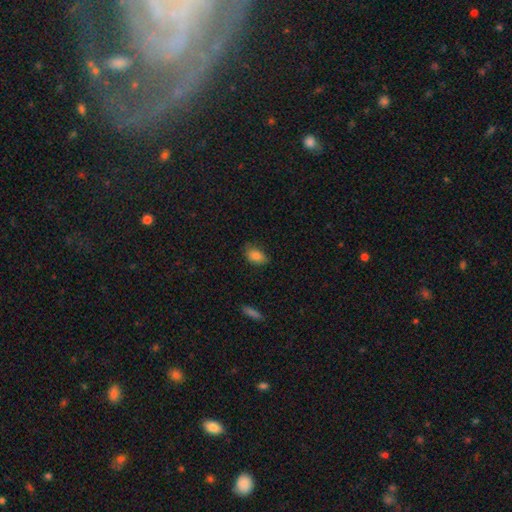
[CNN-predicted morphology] smooth-or-featured: smooth: 85% | star or artifact: 9% | featured or disk: 6%
  how-rounded: in between: 87% | round: 10% | cigar-shaped: 2%
  merging: none: 73% | minor disturbance: 22% | major disturbance: 4% | merger: 1%